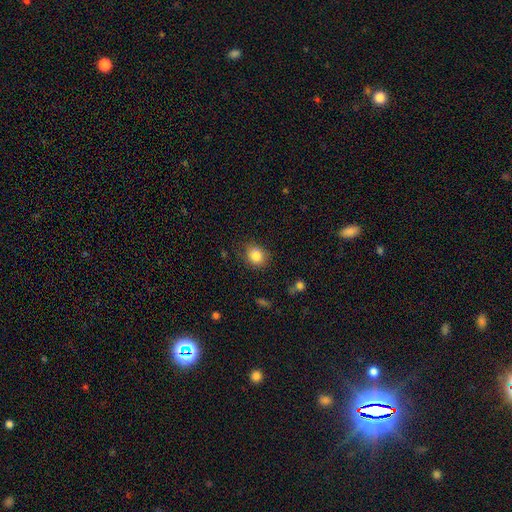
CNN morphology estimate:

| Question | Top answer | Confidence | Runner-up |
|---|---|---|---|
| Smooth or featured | smooth | 85% | star or artifact (9%) |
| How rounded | round | 58% | in between (41%) |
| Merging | none | 76% | minor disturbance (18%) |